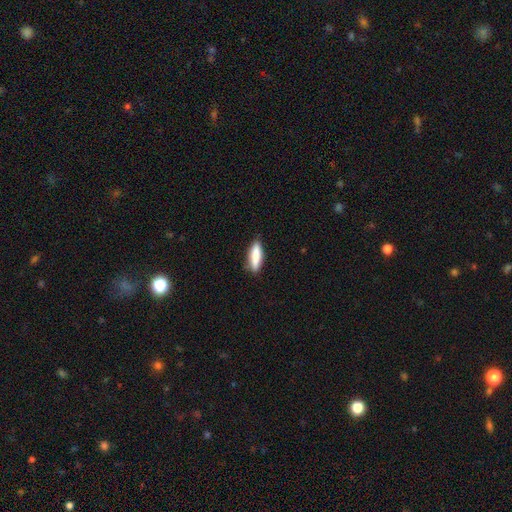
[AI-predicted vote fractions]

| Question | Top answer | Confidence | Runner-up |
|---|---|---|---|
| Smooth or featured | smooth | 84% | featured or disk (10%) |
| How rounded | cigar-shaped | 58% | in between (41%) |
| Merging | none | 83% | minor disturbance (13%) |